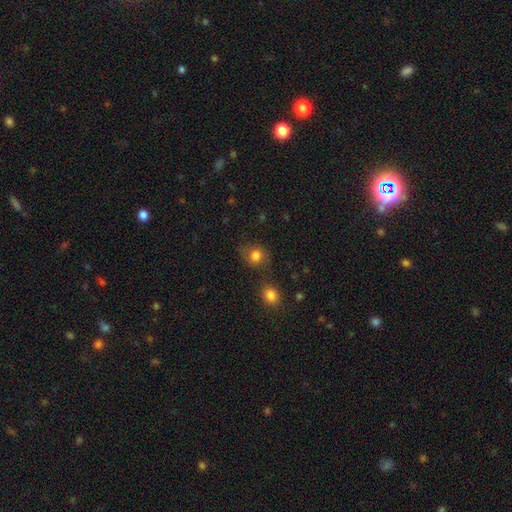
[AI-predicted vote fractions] Smooth or featured: smooth — 79% (star or artifact — 12%)
How rounded: round — 72% (in between — 27%)
Merging: none — 64% (minor disturbance — 16%)